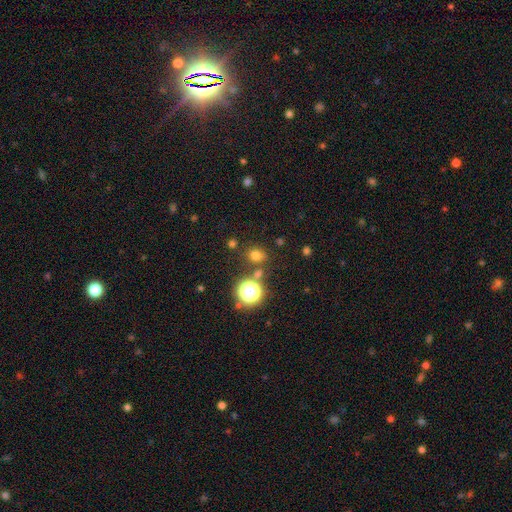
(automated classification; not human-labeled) smooth 69%, star or artifact 24%, featured or disk 7%. Down the decision tree: how rounded — round (67%); merging — none (80%).